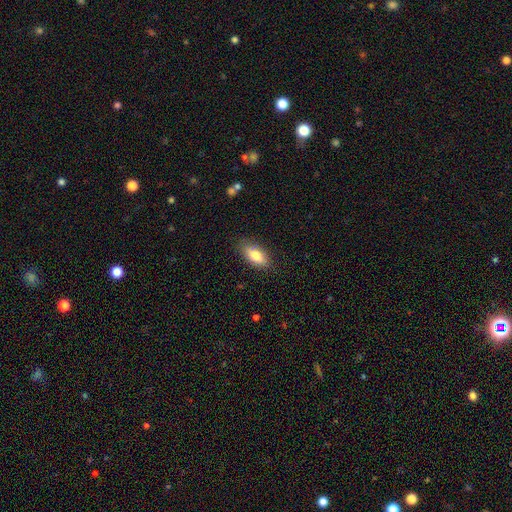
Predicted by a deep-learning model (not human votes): This is likely a smooth galaxy (79%). How rounded: clearly in between (85%). Merging: clearly none (84%).